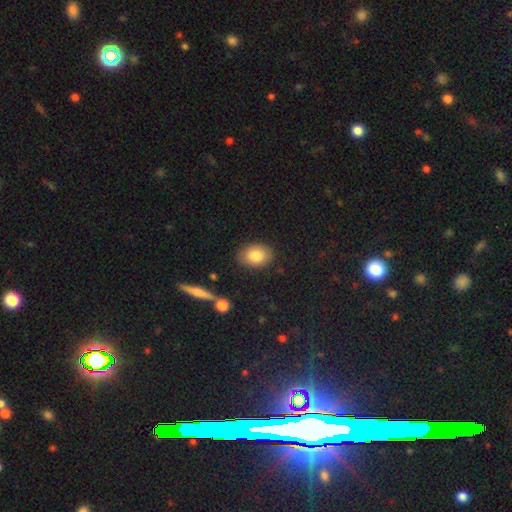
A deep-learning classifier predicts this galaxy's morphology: smooth_or_featured: smooth (p=0.83) [alt: featured or disk p=0.10]
how_rounded: in between (p=0.75) [alt: round p=0.24]
merging: none (p=0.84) [alt: minor disturbance p=0.11]